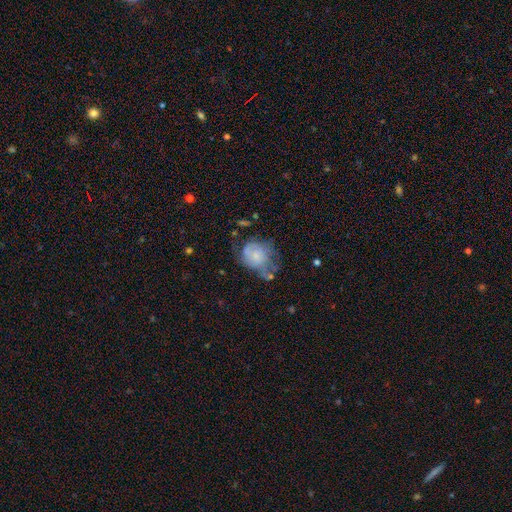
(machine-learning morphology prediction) Smooth or featured?
  - featured or disk: 48% *
  - smooth: 43%
  - star or artifact: 9%
Merging?
  - major disturbance: 34% *
  - none: 30%
  - minor disturbance: 29%
  - merger: 7%